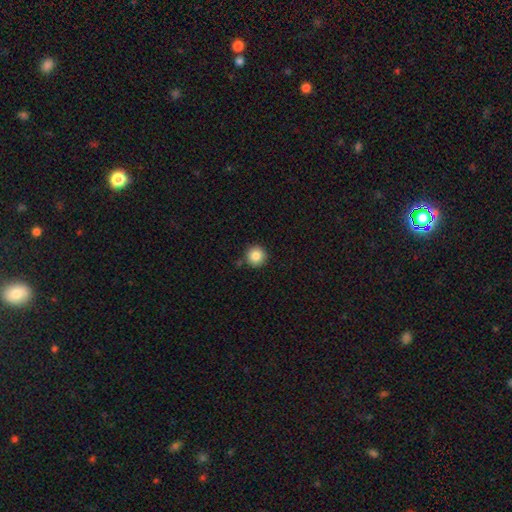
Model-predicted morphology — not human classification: Smooth or featured?
  - smooth: 86% *
  - star or artifact: 9%
  - featured or disk: 5%
How rounded?
  - round: 96% *
  - in between: 3%
  - cigar-shaped: 1%
Merging?
  - none: 87% *
  - minor disturbance: 7%
  - merger: 3%
  - major disturbance: 2%